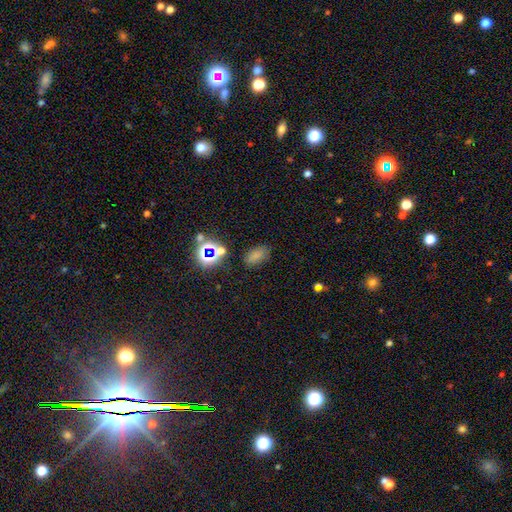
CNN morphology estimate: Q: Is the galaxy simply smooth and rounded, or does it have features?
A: smooth — 70%.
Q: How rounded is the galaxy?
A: in between — 89%.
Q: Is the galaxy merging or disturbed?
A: none — 79%.